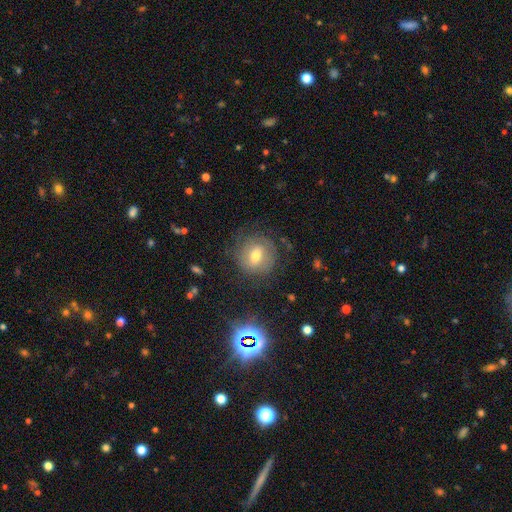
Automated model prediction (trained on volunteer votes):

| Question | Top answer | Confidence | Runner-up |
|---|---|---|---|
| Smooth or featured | smooth | 45% | featured or disk (37%) |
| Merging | none | 76% | minor disturbance (15%) |